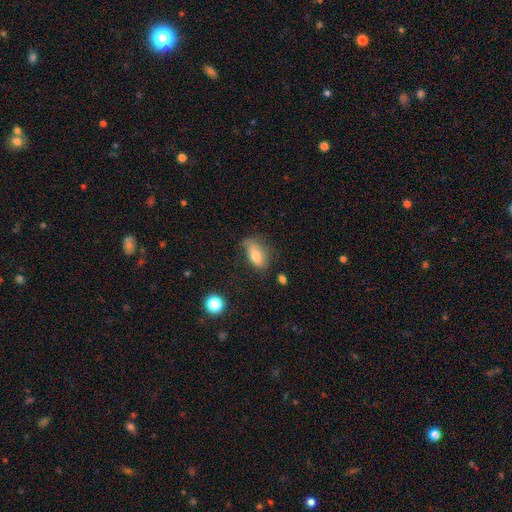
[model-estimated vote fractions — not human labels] This appears to be a smooth galaxy with no disk features (71%) that is in between round and cigar-shaped (87%). Merging: none (50%).